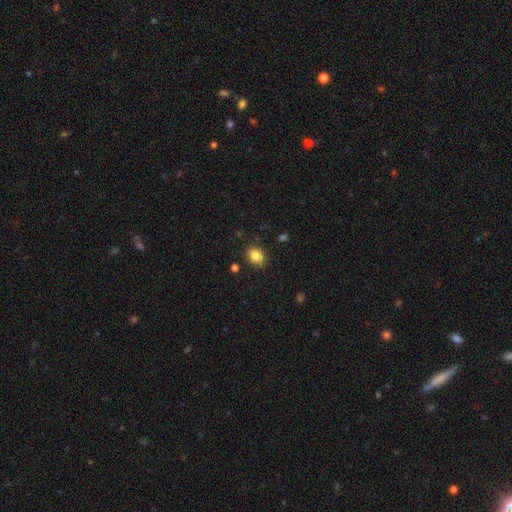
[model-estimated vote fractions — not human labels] Q: Smooth or featured?
A: smooth (85%); runner-up: star or artifact (10%)
Q: How rounded?
A: round (54%); runner-up: in between (45%)
Q: Merging?
A: none (85%); runner-up: minor disturbance (10%)